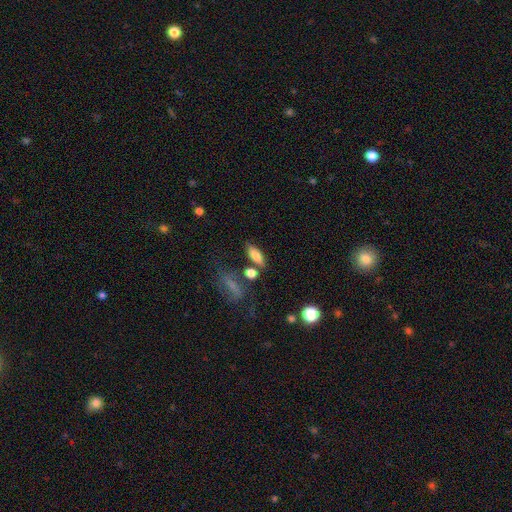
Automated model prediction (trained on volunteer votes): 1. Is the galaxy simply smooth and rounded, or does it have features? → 77% smooth, 14% featured or disk, 9% star or artifact.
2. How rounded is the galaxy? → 62% in between, 32% cigar-shaped, 6% round.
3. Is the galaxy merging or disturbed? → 68% none, 14% minor disturbance, 13% merger, 5% major disturbance.